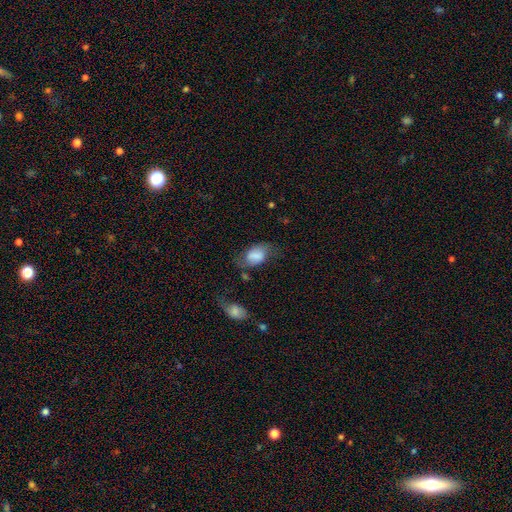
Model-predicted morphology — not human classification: Smooth or featured?
  - smooth: 68% *
  - featured or disk: 24%
  - star or artifact: 8%
How rounded?
  - in between: 83% *
  - round: 15%
  - cigar-shaped: 1%
Merging?
  - none: 47% *
  - minor disturbance: 28%
  - major disturbance: 19%
  - merger: 7%